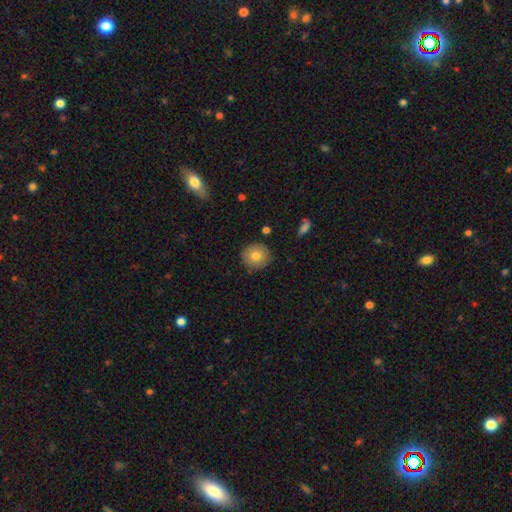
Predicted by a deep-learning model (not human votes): This is likely a smooth galaxy (77%). How rounded: clearly round (92%). Merging: clearly none (87%).